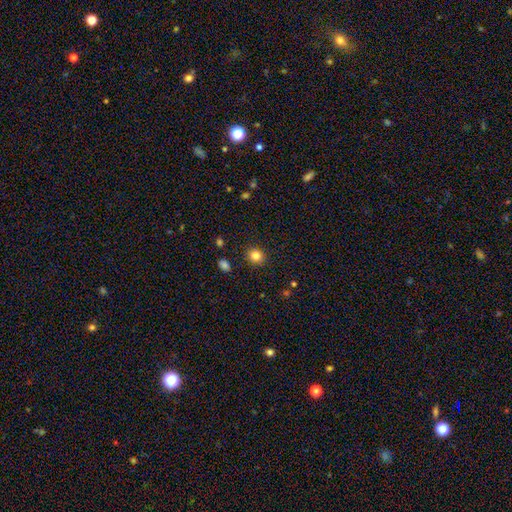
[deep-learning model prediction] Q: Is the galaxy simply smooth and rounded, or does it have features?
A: smooth — 83%.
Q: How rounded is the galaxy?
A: round — 84%.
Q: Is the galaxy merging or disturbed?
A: none — 90%.